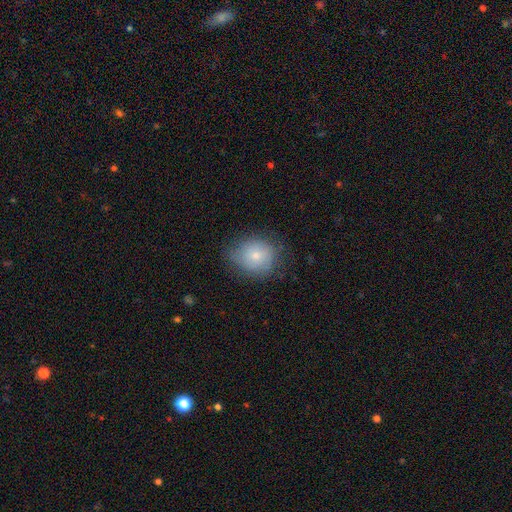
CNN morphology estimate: smooth 73%, featured or disk 18%, star or artifact 9%. Down the decision tree: how rounded — round (74%); merging — none (67%).